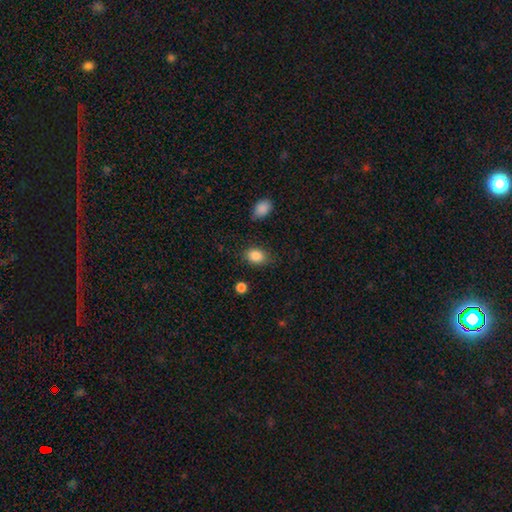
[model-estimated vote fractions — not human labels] This is clearly a smooth galaxy (86%). How rounded: likely in between (67%). Merging: likely none (78%).